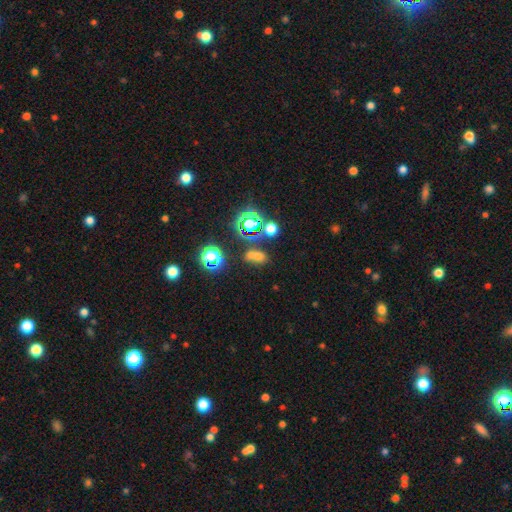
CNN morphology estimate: Smooth or featured?
  - smooth: 54% *
  - star or artifact: 35%
  - featured or disk: 11%
How rounded?
  - in between: 60% *
  - round: 35%
  - cigar-shaped: 5%
Merging?
  - none: 52% *
  - merger: 27%
  - minor disturbance: 14%
  - major disturbance: 8%